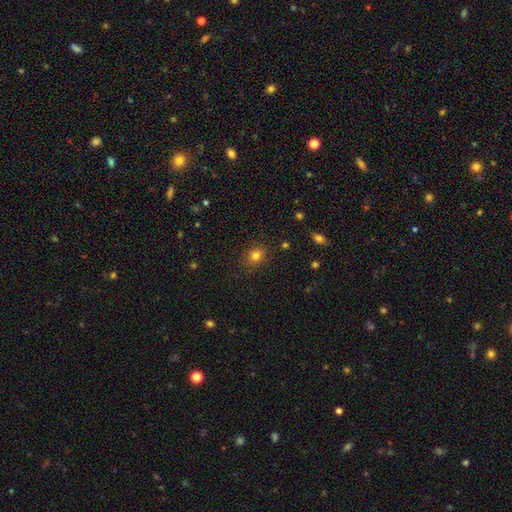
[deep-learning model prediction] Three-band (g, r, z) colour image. It shows a smooth galaxy with no disk features (81%) that is round (71%). Merging: none (87%).